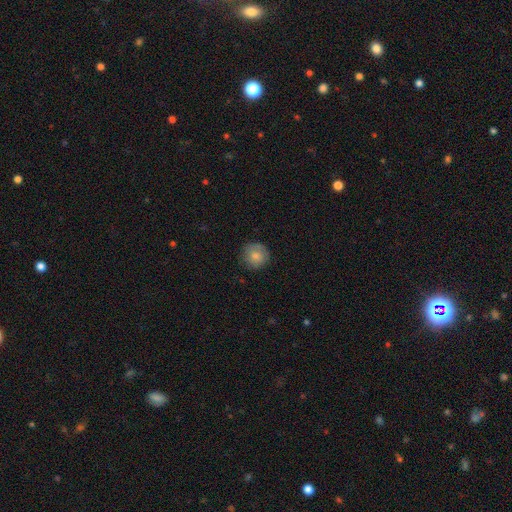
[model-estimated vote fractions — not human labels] This appears to be a smooth galaxy with no disk features (81%) that is round (93%). Merging: none (81%).